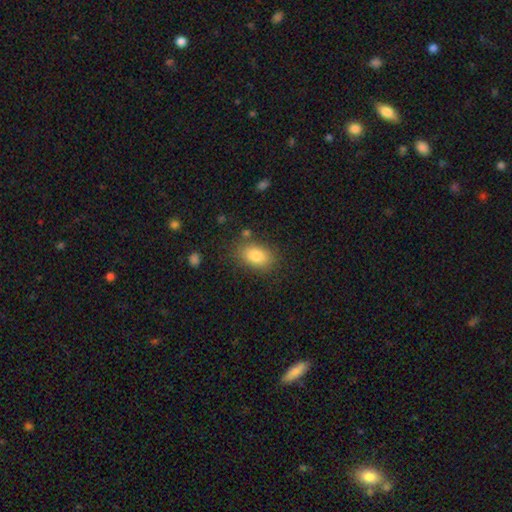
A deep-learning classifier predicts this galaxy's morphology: This appears to be a smooth galaxy with no disk features (84%) that is in between round and cigar-shaped (87%). Merging: none (80%).